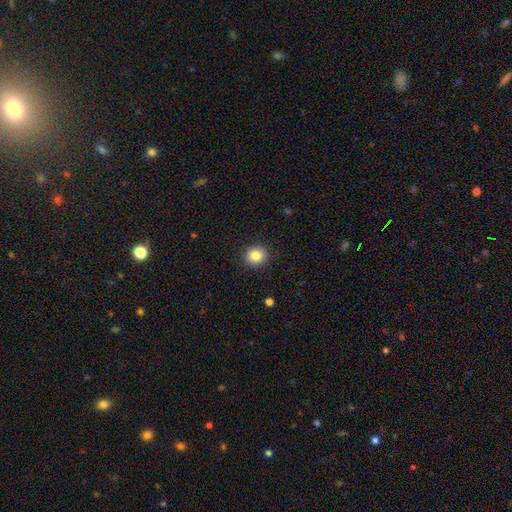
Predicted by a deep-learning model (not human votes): smooth_or_featured: smooth (p=0.85) [alt: star or artifact p=0.10]
how_rounded: round (p=0.86) [alt: in between p=0.13]
merging: none (p=0.91) [alt: minor disturbance p=0.06]